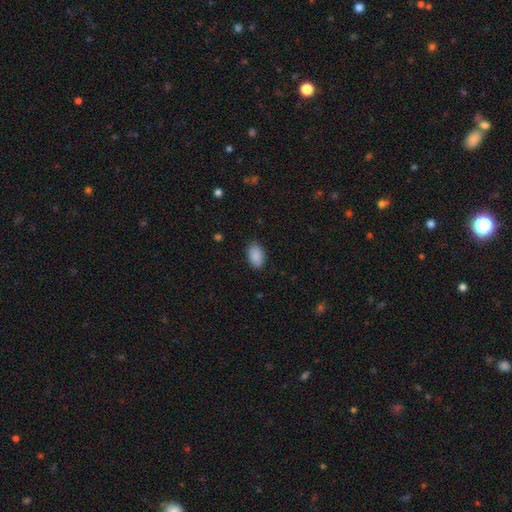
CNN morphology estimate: Smooth or featured?
  - smooth: 90% *
  - star or artifact: 7%
  - featured or disk: 3%
How rounded?
  - in between: 92% *
  - round: 6%
  - cigar-shaped: 1%
Merging?
  - none: 87% *
  - minor disturbance: 10%
  - major disturbance: 2%
  - merger: 1%